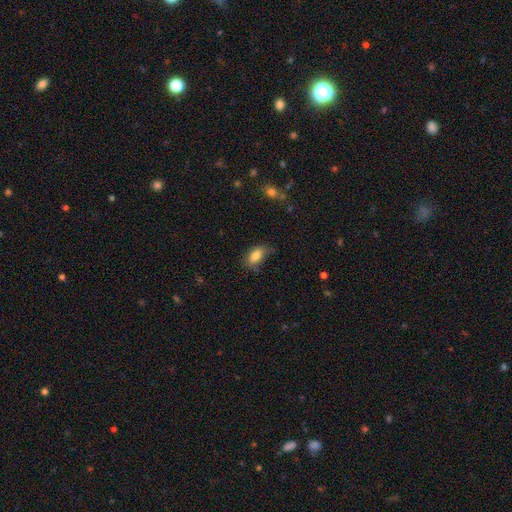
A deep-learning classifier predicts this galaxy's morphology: Overall: smooth (83%). How rounded: in between (89%). Merging: none (67%).